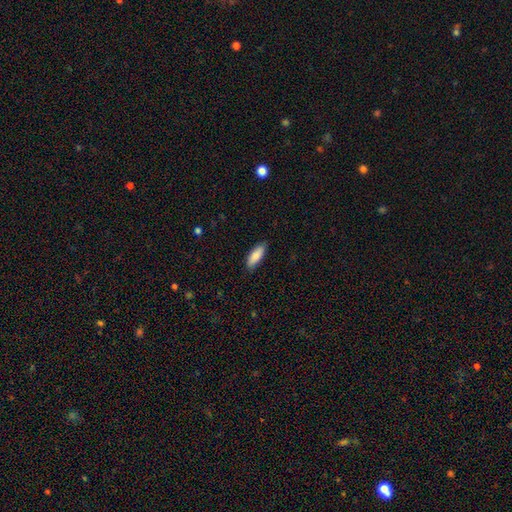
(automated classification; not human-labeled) A smooth galaxy with no disk features (87%) that is in between round and cigar-shaped (68%). Merging: none (86%).